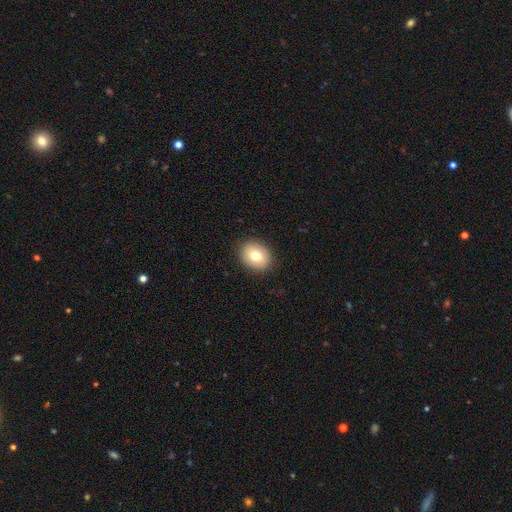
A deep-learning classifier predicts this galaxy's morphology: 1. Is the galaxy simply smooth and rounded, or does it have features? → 77% smooth, 14% featured or disk, 9% star or artifact.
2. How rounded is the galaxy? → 53% round, 46% in between, 1% cigar-shaped.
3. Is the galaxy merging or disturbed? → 89% none, 8% minor disturbance, 2% major disturbance, 1% merger.